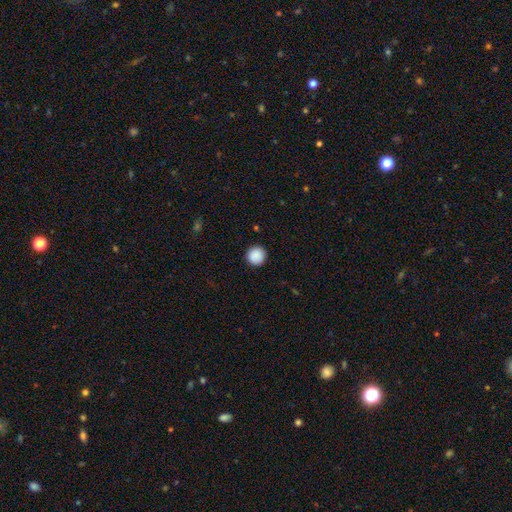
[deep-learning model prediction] This is clearly a smooth galaxy (89%). How rounded: clearly round (96%). Merging: clearly none (92%).